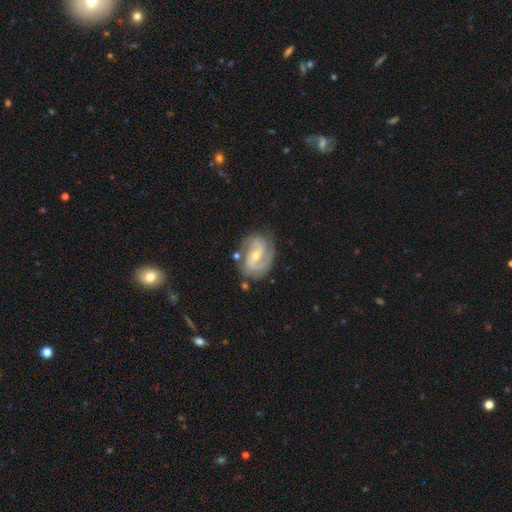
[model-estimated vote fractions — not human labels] This appears to be a featured or disk galaxy (88%) with a weak bar (45%), 2 (81%) medium (48%) spiral arms (96%) and a small central bulge (53%). Merging: none (73%).